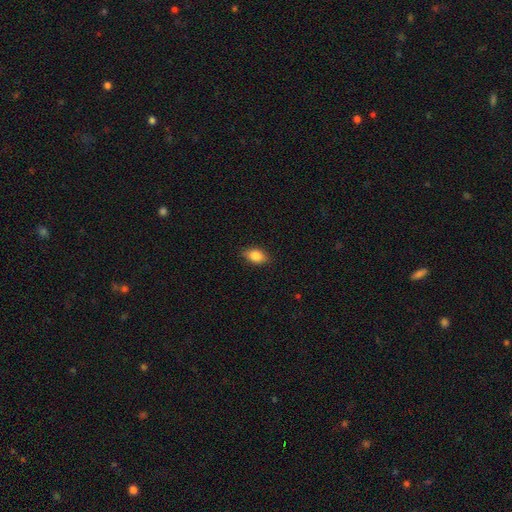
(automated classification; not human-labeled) smooth_or_featured: smooth (p=0.83) [alt: featured or disk p=0.09]
how_rounded: in between (p=0.84) [alt: round p=0.12]
merging: none (p=0.84) [alt: minor disturbance p=0.13]